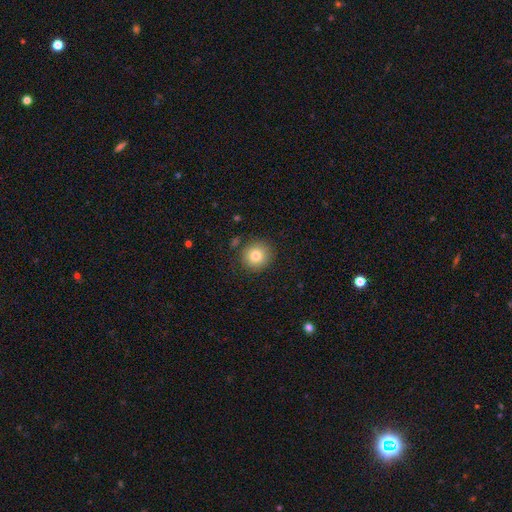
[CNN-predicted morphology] type=smooth (80%); roundness=round (93%); merging=none (87%).